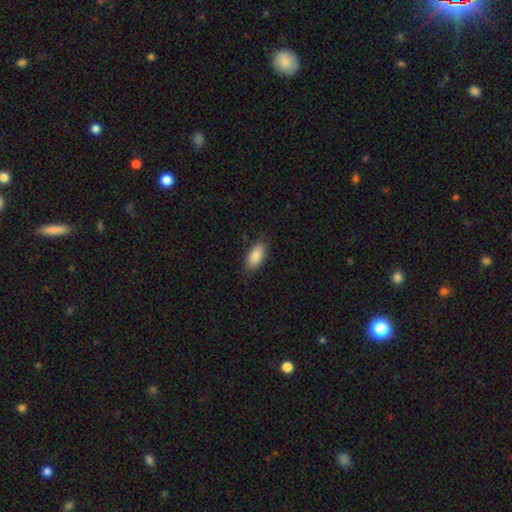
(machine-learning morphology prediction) type=smooth (88%); roundness=in between (90%); merging=none (82%).